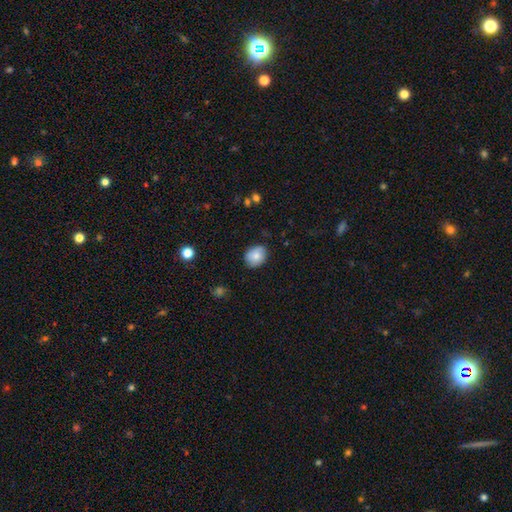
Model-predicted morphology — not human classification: A smooth galaxy with no disk features (77%) that is in between round and cigar-shaped (56%).

Vote fractions:
- Smooth or featured? smooth: 77% / featured or disk: 15% / star or artifact: 8%
- How rounded? in between: 56% / round: 43% / cigar-shaped: 1%
- Merging? none: 79% / minor disturbance: 17% / major disturbance: 3% / merger: 1%